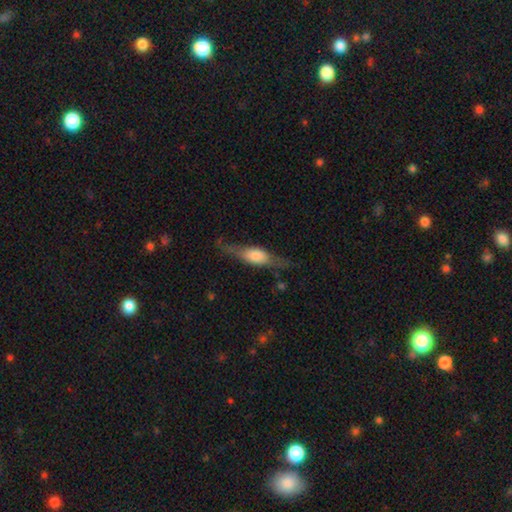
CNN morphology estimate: Overall: featured or disk (54%; smooth 40%). Edge-on disk: yes (86%). Merging: none (68%).